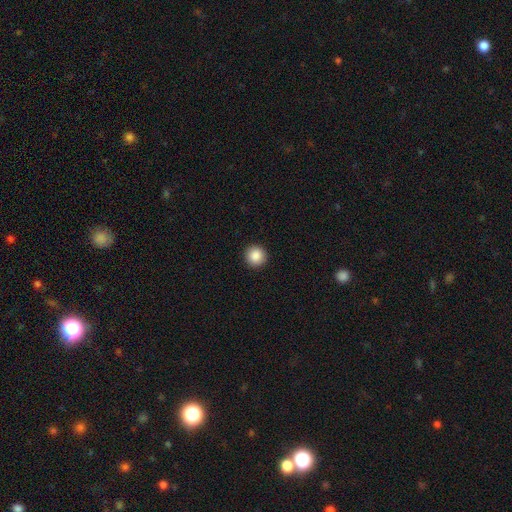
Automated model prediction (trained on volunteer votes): Smooth or featured: smooth — 88% (star or artifact — 9%)
How rounded: round — 95% (in between — 4%)
Merging: none — 93% (minor disturbance — 4%)